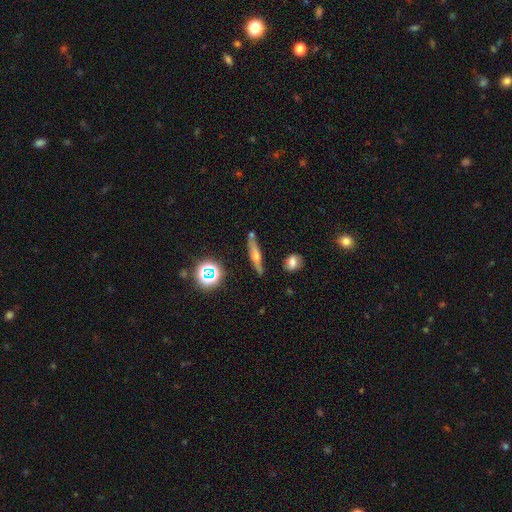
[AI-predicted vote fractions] Smooth or featured? featured or disk (51%)
Edge-on disk? yes (88%)
Merging? none (78%)